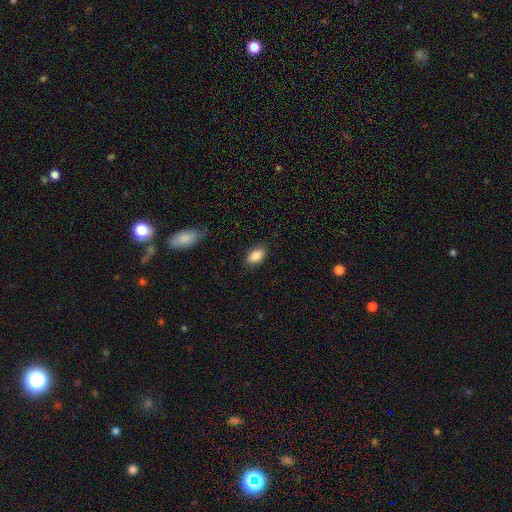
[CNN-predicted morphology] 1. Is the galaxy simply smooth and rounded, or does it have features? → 86% smooth, 7% star or artifact, 6% featured or disk.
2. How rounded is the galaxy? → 92% in between, 5% round, 3% cigar-shaped.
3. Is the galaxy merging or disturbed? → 85% none, 12% minor disturbance, 3% major disturbance, 1% merger.